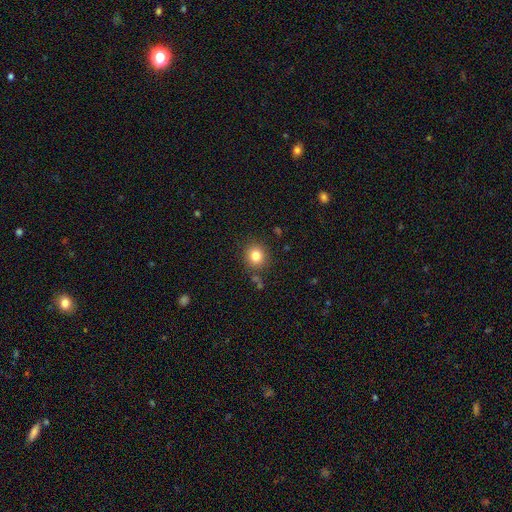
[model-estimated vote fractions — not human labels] smooth_or_featured: smooth (p=0.82) [alt: star or artifact p=0.11]
how_rounded: round (p=0.86) [alt: in between p=0.13]
merging: none (p=0.85) [alt: minor disturbance p=0.09]